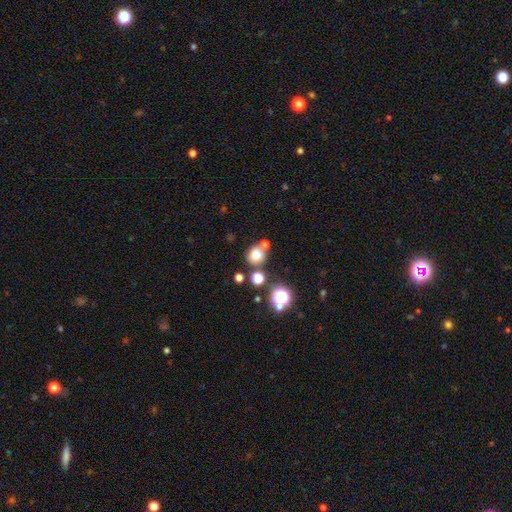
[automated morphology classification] smooth_or_featured: smooth (p=0.73) [alt: star or artifact p=0.18]
how_rounded: round (p=0.82) [alt: in between p=0.17]
merging: none (p=0.66) [alt: merger p=0.19]